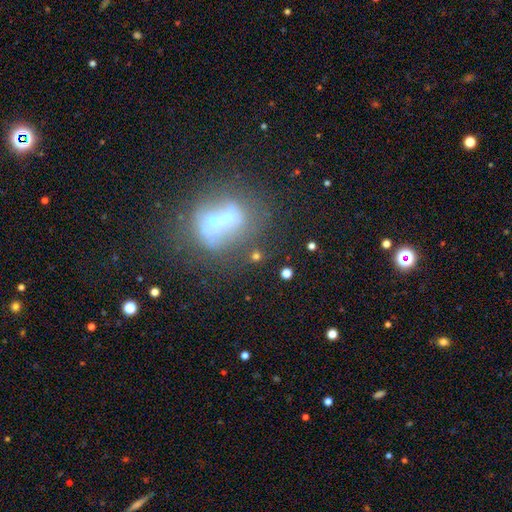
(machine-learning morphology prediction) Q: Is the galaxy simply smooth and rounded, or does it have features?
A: featured or disk — 50%.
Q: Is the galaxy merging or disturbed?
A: none — 36%.